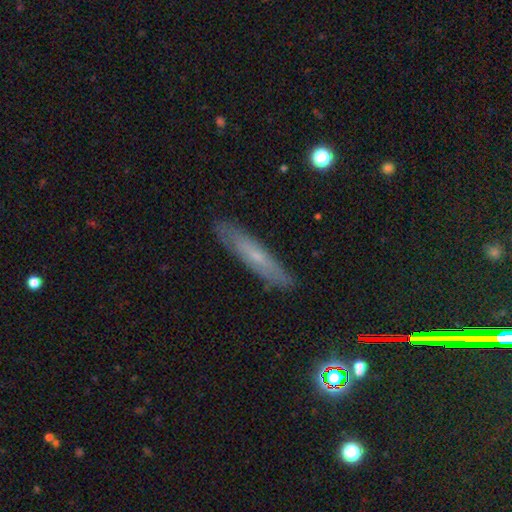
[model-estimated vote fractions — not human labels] A smooth galaxy with no disk features (47%).

Vote fractions:
- Smooth or featured? smooth: 47% / featured or disk: 44% / star or artifact: 9%
- Merging? none: 87% / minor disturbance: 10% / major disturbance: 2% / merger: 1%